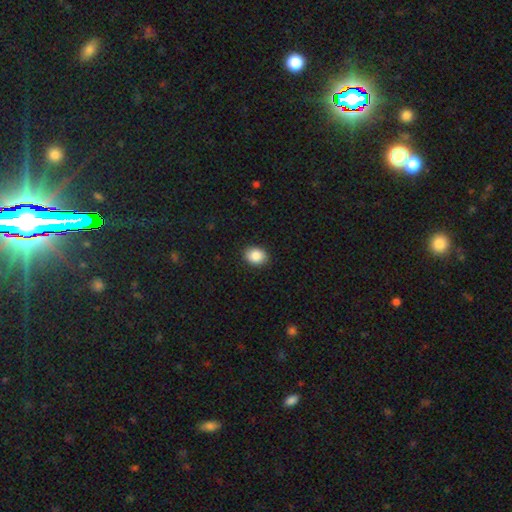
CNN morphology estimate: Smooth or featured: smooth — 87% (star or artifact — 8%)
How rounded: in between — 57% (round — 43%)
Merging: none — 90% (minor disturbance — 7%)